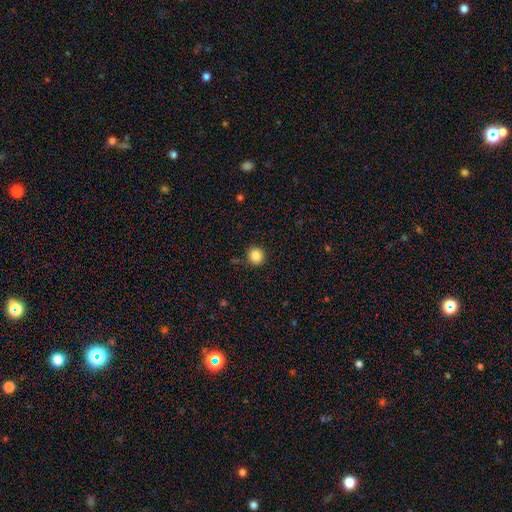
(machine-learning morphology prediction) smooth-or-featured: smooth: 85% | star or artifact: 11% | featured or disk: 4%
  how-rounded: round: 91% | in between: 8% | cigar-shaped: 1%
  merging: none: 90% | minor disturbance: 7% | major disturbance: 2% | merger: 2%